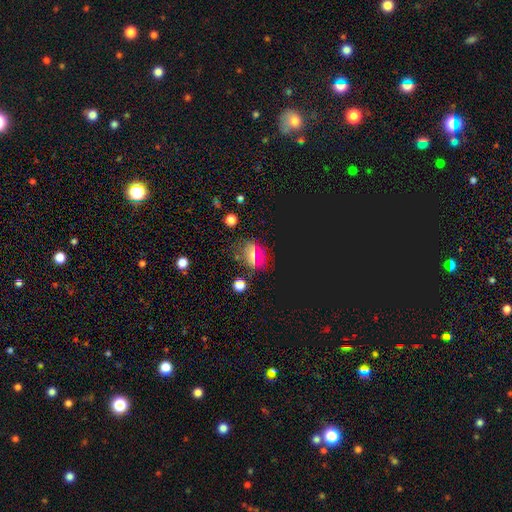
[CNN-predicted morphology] smooth-or-featured: star or artifact: 46% | smooth: 34% | featured or disk: 20%